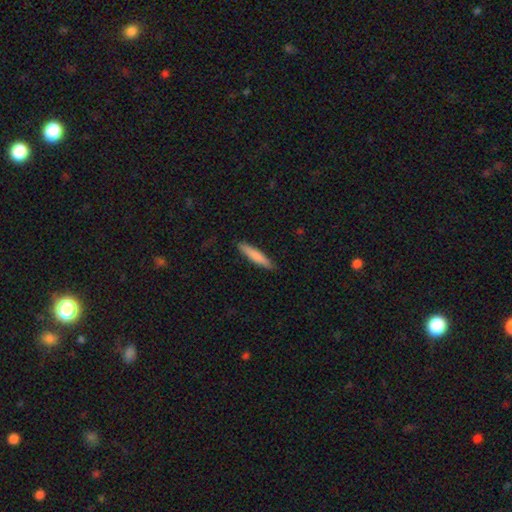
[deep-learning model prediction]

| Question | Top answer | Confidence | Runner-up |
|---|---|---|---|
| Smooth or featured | smooth | 80% | featured or disk (15%) |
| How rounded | cigar-shaped | 89% | in between (10%) |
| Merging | none | 89% | minor disturbance (9%) |